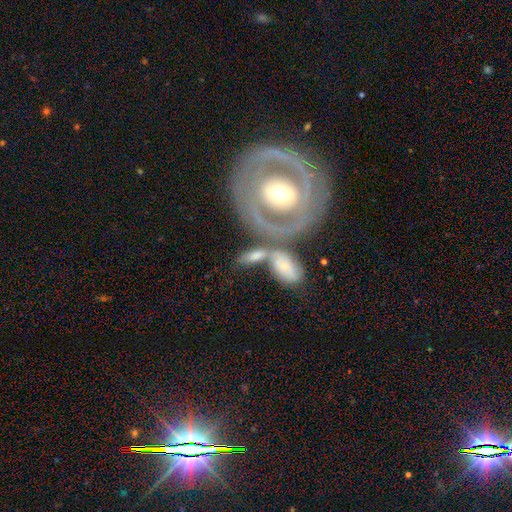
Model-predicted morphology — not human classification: smooth-or-featured: smooth: 56% | featured or disk: 37% | star or artifact: 7%
  how-rounded: in between: 73% | cigar-shaped: 20% | round: 7%
  merging: merger: 46% | none: 30% | minor disturbance: 13% | major disturbance: 11%